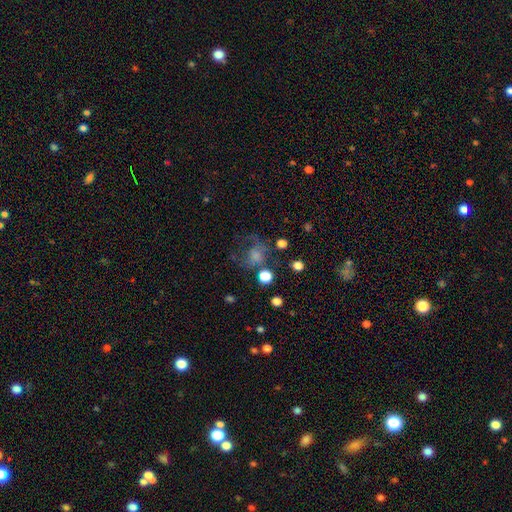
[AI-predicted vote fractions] Q: Smooth or featured?
A: smooth (39%); runner-up: featured or disk (35%)
Q: Merging?
A: none (44%); runner-up: major disturbance (31%)